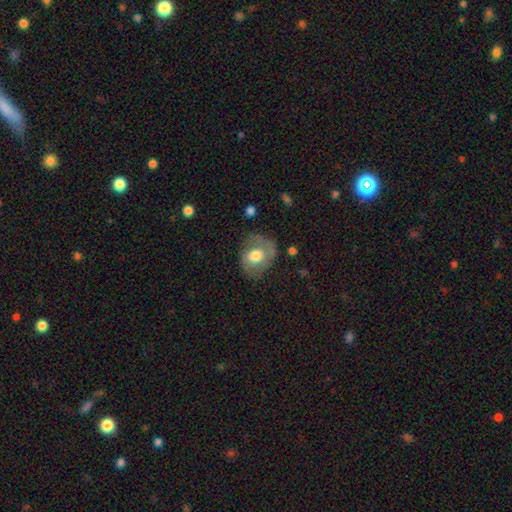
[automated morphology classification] Smooth or featured?
  - smooth: 56% *
  - featured or disk: 37%
  - star or artifact: 7%
How rounded?
  - in between: 50% *
  - round: 49%
  - cigar-shaped: 1%
Merging?
  - none: 60% *
  - minor disturbance: 25%
  - major disturbance: 13%
  - merger: 2%